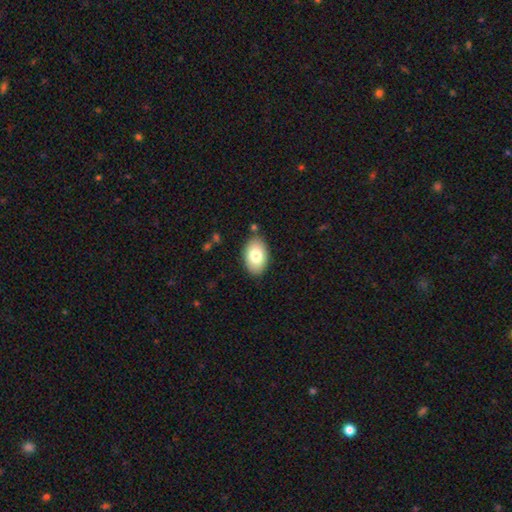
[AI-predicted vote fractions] smooth_or_featured: smooth (p=0.79) [alt: featured or disk p=0.14]
how_rounded: in between (p=0.91) [alt: round p=0.08]
merging: none (p=0.85) [alt: minor disturbance p=0.11]